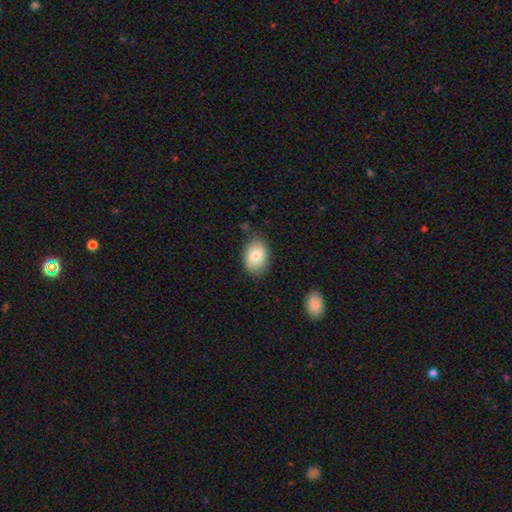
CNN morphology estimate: The model was most divided on "how rounded": in between: 80%, round: 19%, cigar-shaped: 1%. More confident: smooth or featured — smooth (80%); merging — none (79%).